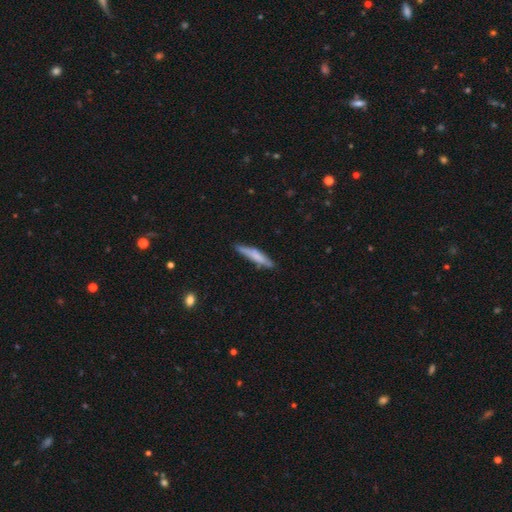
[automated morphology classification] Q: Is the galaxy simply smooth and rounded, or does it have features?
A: smooth — 65%.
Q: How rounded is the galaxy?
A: cigar-shaped — 91%.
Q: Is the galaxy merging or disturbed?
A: none — 79%.